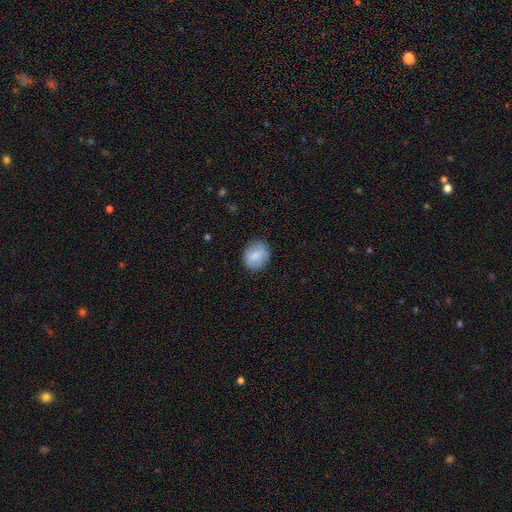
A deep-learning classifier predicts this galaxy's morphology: type=smooth (83%); roundness=round (61%); merging=none (82%).